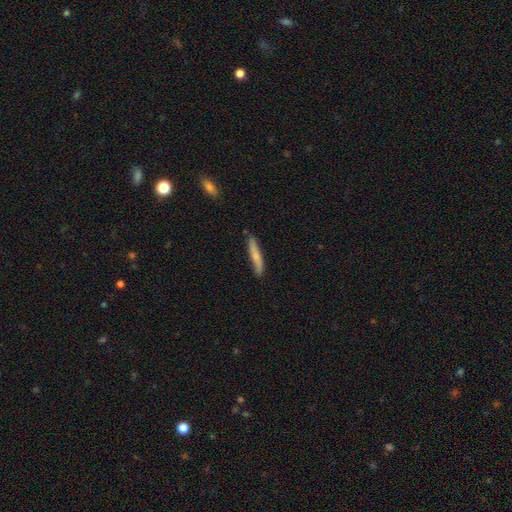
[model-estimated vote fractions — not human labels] A smooth galaxy with no disk features (64%) that is cigar-shaped (91%). Merging: none (82%).